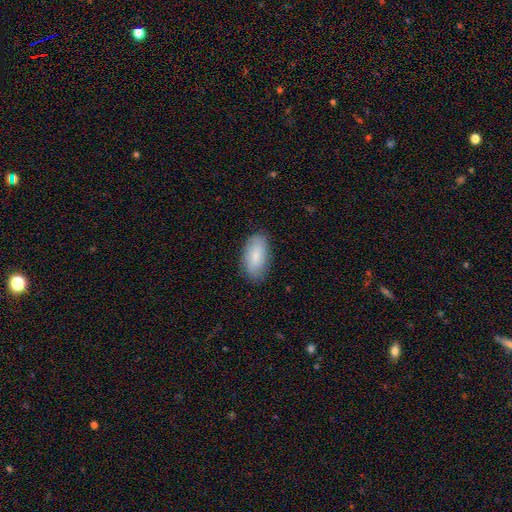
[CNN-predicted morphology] Smooth or featured: smooth — 80% (featured or disk — 14%)
How rounded: in between — 93% (cigar-shaped — 4%)
Merging: none — 83% (minor disturbance — 13%)